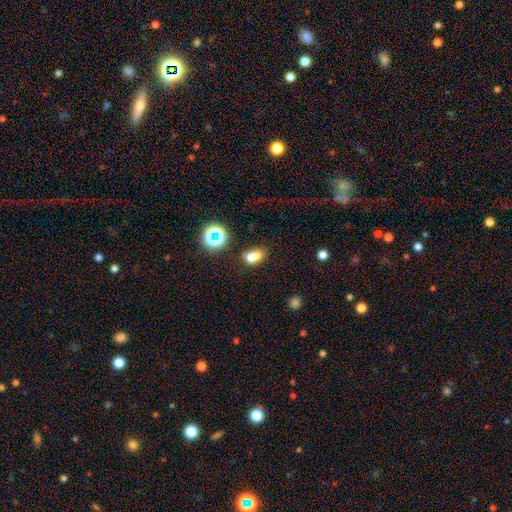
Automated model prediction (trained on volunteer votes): Q: Smooth or featured?
A: smooth (67%); runner-up: star or artifact (18%)
Q: How rounded?
A: in between (59%); runner-up: round (40%)
Q: Merging?
A: none (41%); runner-up: merger (40%)